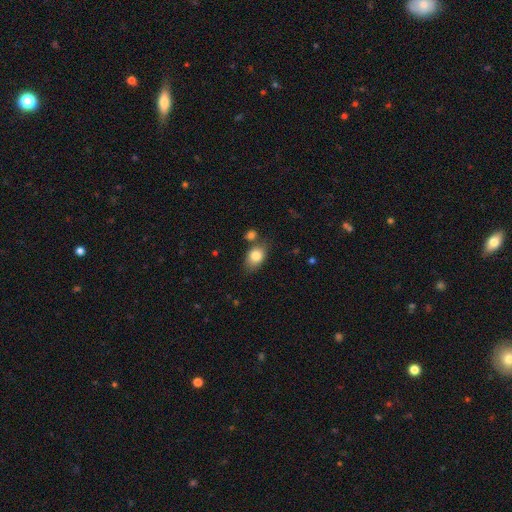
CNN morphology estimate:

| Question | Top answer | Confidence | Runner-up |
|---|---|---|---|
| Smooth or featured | smooth | 82% | featured or disk (10%) |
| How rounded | in between | 80% | round (18%) |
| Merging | none | 66% | minor disturbance (17%) |